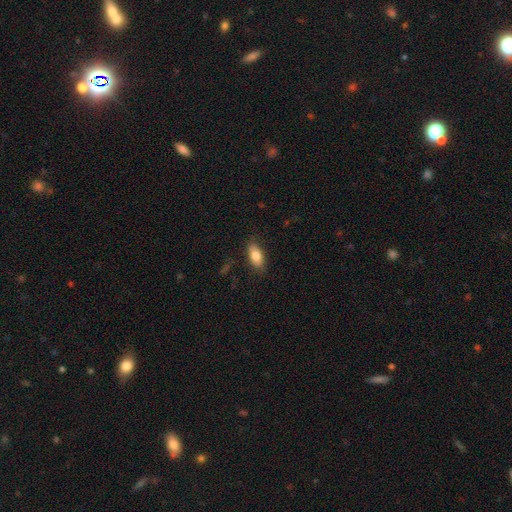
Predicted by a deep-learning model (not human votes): A smooth galaxy with no disk features (79%) that is in between round and cigar-shaped (88%).

Vote fractions:
- Smooth or featured? smooth: 79% / featured or disk: 14% / star or artifact: 7%
- How rounded? in between: 88% / cigar-shaped: 9% / round: 4%
- Merging? none: 84% / minor disturbance: 13% / major disturbance: 3% / merger: 1%